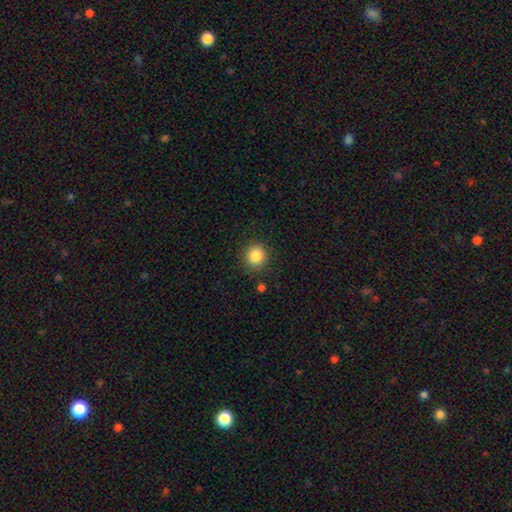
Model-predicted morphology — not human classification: A smooth galaxy with no disk features (85%) that is round (91%).

Vote fractions:
- Smooth or featured? smooth: 85% / star or artifact: 10% / featured or disk: 5%
- How rounded? round: 91% / in between: 8% / cigar-shaped: 1%
- Merging? none: 88% / minor disturbance: 8% / major disturbance: 3% / merger: 2%